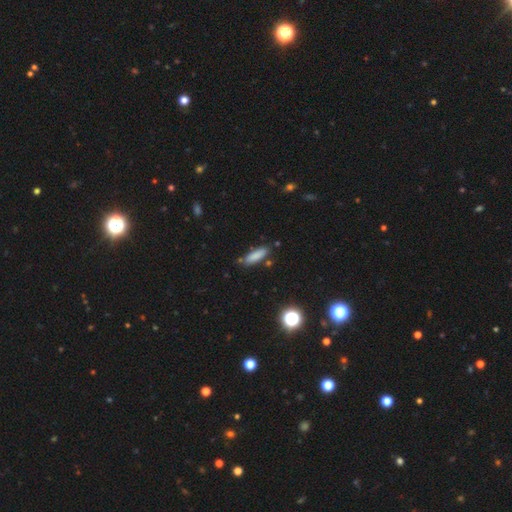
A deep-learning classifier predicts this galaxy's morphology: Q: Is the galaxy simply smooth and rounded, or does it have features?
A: smooth — 83%.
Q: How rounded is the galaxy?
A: cigar-shaped — 53%.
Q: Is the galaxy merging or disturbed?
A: none — 79%.